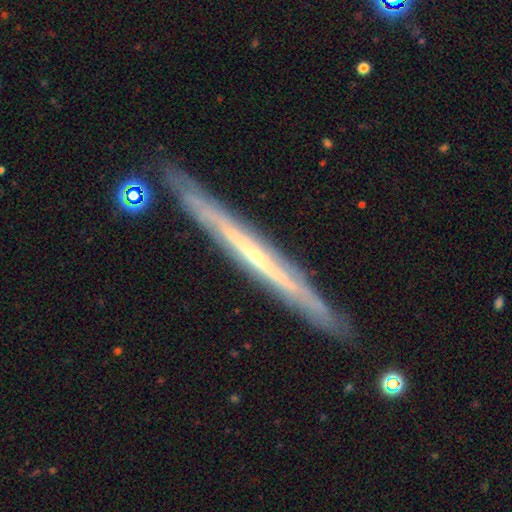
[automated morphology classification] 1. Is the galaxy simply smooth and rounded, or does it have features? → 79% featured or disk, 15% smooth, 6% star or artifact.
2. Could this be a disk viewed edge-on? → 95% yes, 5% no.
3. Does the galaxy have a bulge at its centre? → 64% none, 31% rounded, 5% boxy.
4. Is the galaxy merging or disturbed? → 87% none, 9% minor disturbance, 2% major disturbance, 2% merger.